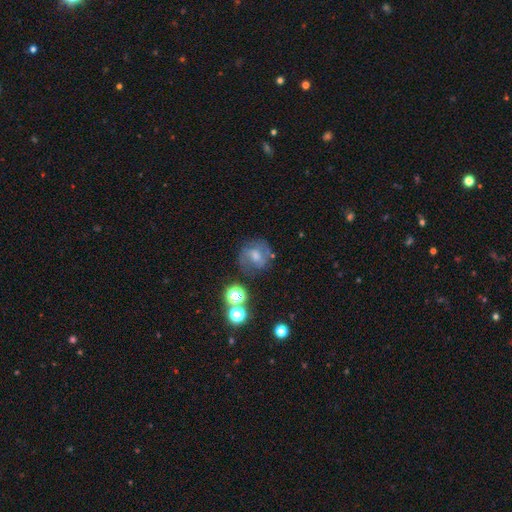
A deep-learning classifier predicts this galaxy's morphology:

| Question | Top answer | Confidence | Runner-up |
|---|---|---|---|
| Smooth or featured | featured or disk | 43% | tied: smooth (43%) |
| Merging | none | 63% | minor disturbance (20%) |